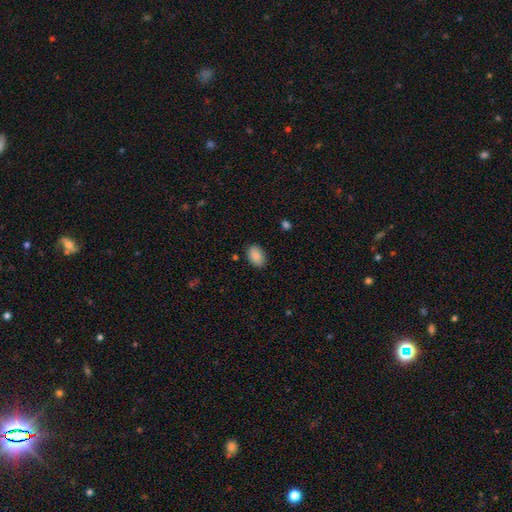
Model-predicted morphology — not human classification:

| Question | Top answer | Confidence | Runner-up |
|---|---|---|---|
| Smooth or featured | smooth | 87% | star or artifact (7%) |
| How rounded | in between | 88% | round (10%) |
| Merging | none | 85% | minor disturbance (11%) |